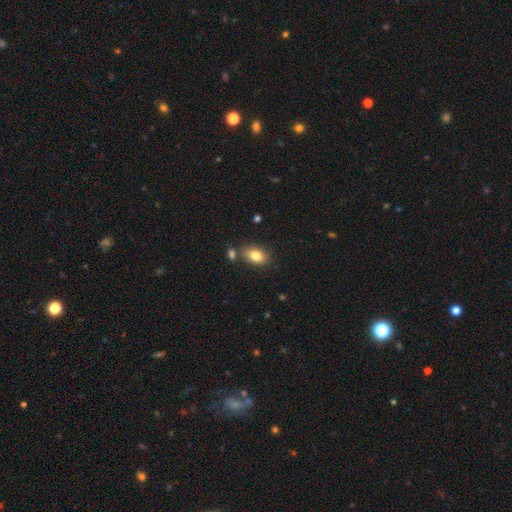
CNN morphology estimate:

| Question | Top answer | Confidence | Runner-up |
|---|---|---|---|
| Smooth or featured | smooth | 81% | featured or disk (10%) |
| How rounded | in between | 86% | round (12%) |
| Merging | none | 73% | minor disturbance (13%) |